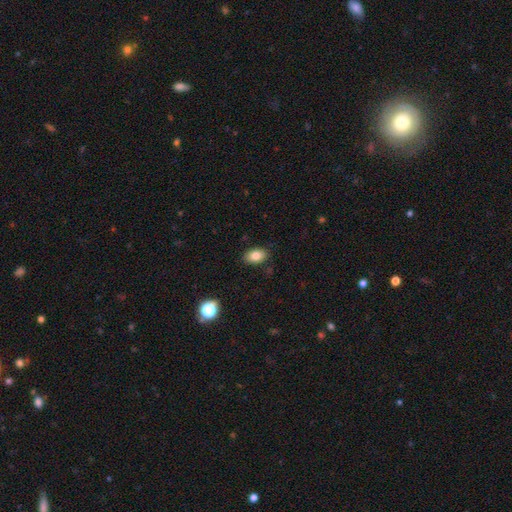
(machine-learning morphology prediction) smooth 82%, star or artifact 9%, featured or disk 8%. Down the decision tree: how rounded — in between (88%); merging — none (87%).